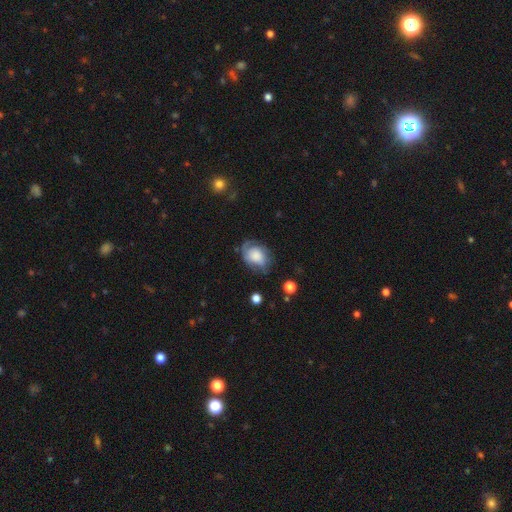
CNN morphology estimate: This is possibly a smooth galaxy (52%). How rounded: likely in between (65%). Merging: possibly none (54%).